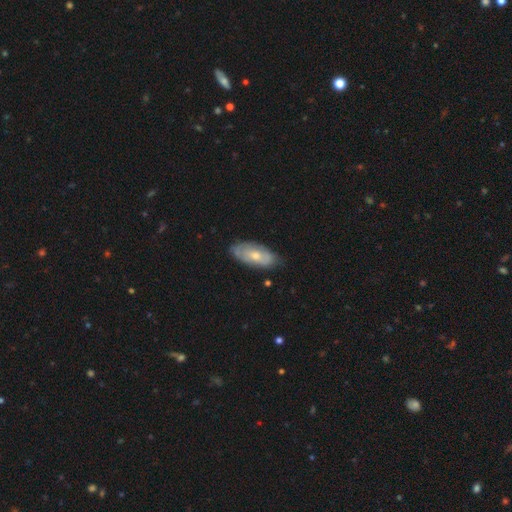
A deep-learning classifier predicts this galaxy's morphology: A smooth galaxy with no disk features (51%) that is in between round and cigar-shaped (89%). Merging: none (72%).